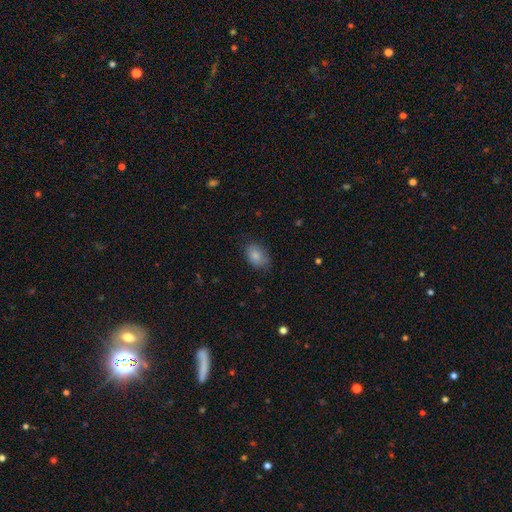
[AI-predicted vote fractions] Smooth or featured? Predicted: smooth (p=0.84). How rounded? Predicted: in between (p=0.85). Merging? Predicted: none (p=0.75).